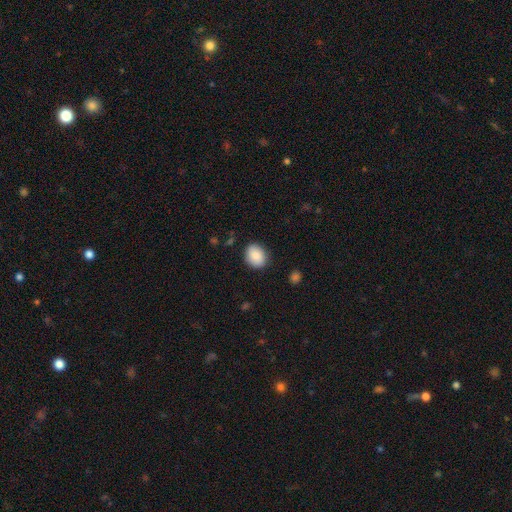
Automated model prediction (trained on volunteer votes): smooth-or-featured: smooth: 88% | star or artifact: 7% | featured or disk: 5%
  how-rounded: in between: 50% | round: 49% | cigar-shaped: 1%
  merging: none: 86% | minor disturbance: 10% | major disturbance: 3% | merger: 1%